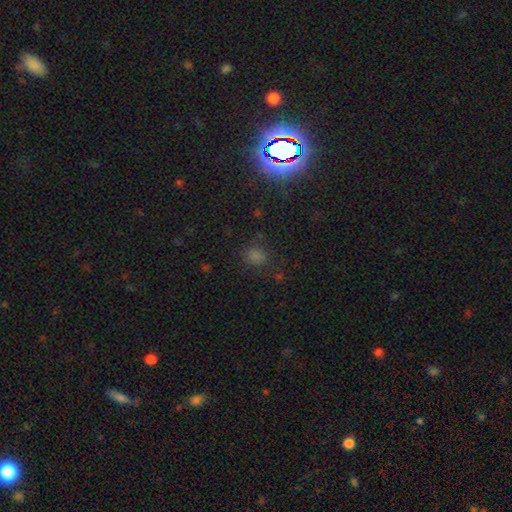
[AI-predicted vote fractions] Smooth or featured? Predicted: smooth (p=0.51). How rounded? Predicted: round (p=0.72). Merging? Predicted: none (p=0.79).